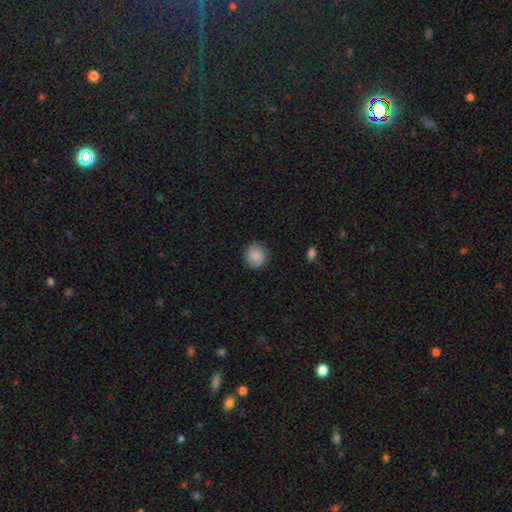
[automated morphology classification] The model was most divided on "how rounded": round: 88%, in between: 11%, cigar-shaped: 1%. More confident: merging — none (87%); smooth or featured — smooth (85%).